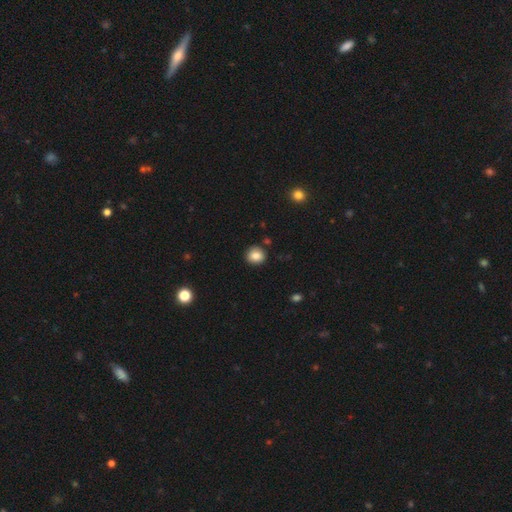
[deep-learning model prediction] Smooth or featured? Predicted: smooth (p=0.85). How rounded? Predicted: round (p=0.83). Merging? Predicted: none (p=0.88).